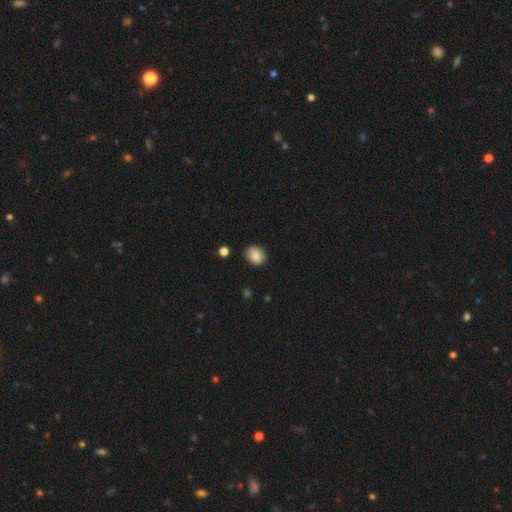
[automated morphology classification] Smooth or featured?
  - smooth: 86% *
  - star or artifact: 8%
  - featured or disk: 5%
How rounded?
  - round: 62% *
  - in between: 37%
  - cigar-shaped: 1%
Merging?
  - none: 86% *
  - minor disturbance: 10%
  - major disturbance: 2%
  - merger: 2%